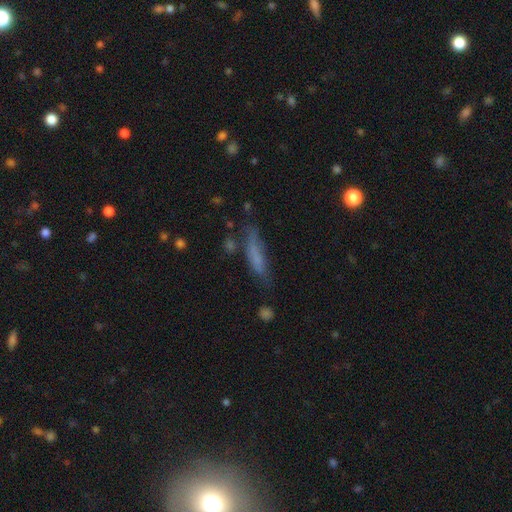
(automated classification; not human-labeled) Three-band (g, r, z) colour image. It shows a smooth galaxy with no disk features (64%) that is cigar-shaped (79%). Merging: none (59%).